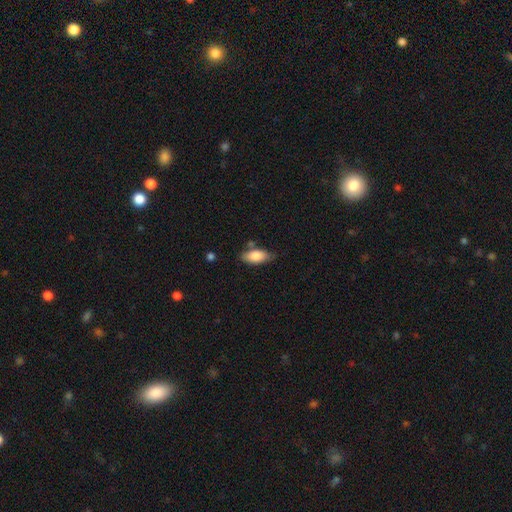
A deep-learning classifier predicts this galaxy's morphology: type=smooth (83%); roundness=in between (87%); merging=none (68%).